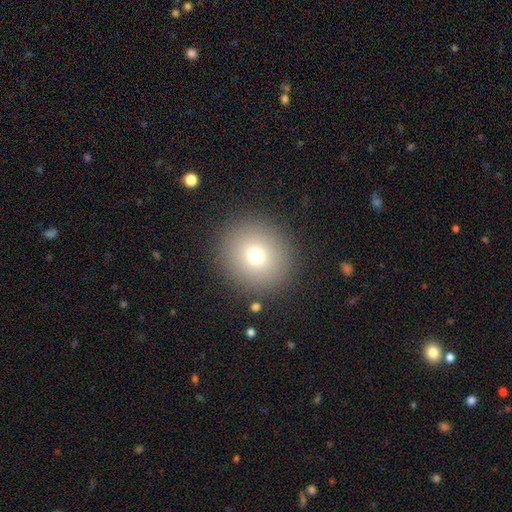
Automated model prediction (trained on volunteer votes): Smooth or featured? Predicted: smooth (p=0.73). How rounded? Predicted: round (p=0.91). Merging? Predicted: none (p=0.90).